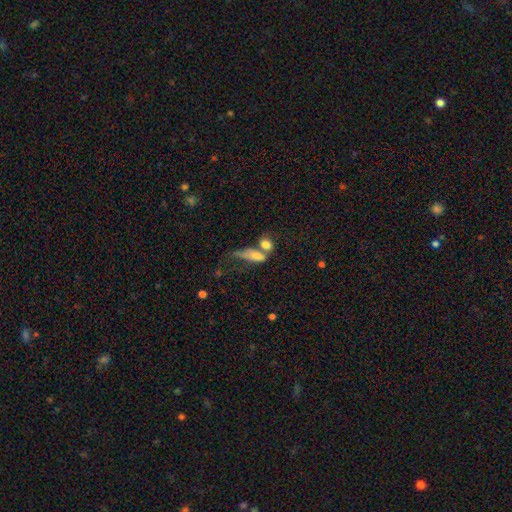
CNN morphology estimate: type=smooth (71%); roundness=in between (69%); merging=merger (51%).